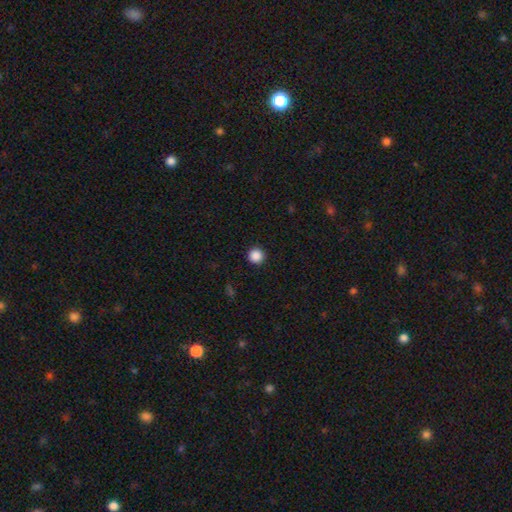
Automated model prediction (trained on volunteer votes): This appears to be a smooth galaxy with no disk features (88%) that is round (96%). Merging: none (93%).